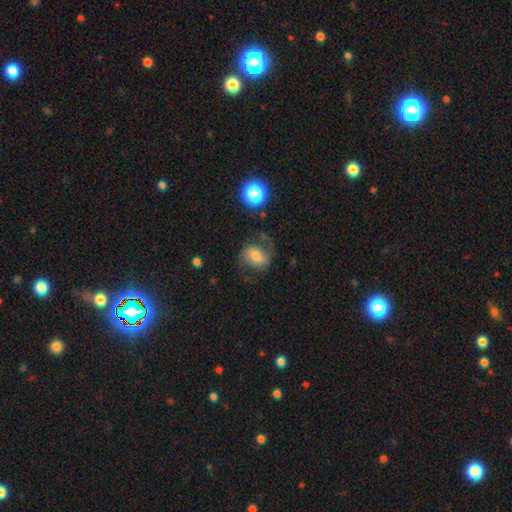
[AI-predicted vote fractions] smooth_or_featured: featured or disk (p=0.45) [alt: smooth p=0.43]
merging: none (p=0.61) [alt: minor disturbance p=0.20]